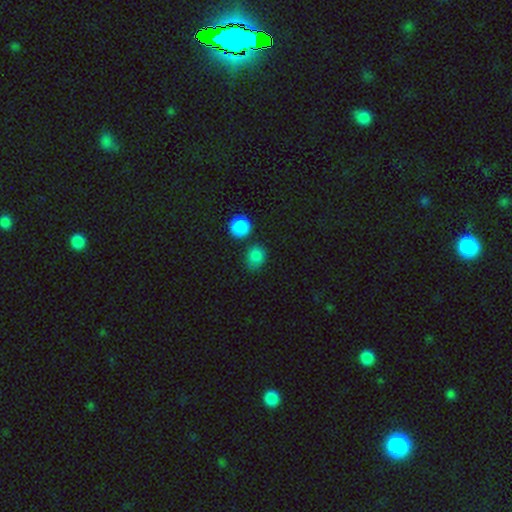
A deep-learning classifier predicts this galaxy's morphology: smooth-or-featured: smooth: 84% | star or artifact: 12% | featured or disk: 4%
  how-rounded: round: 60% | in between: 39% | cigar-shaped: 1%
  merging: none: 67% | minor disturbance: 19% | merger: 9% | major disturbance: 5%